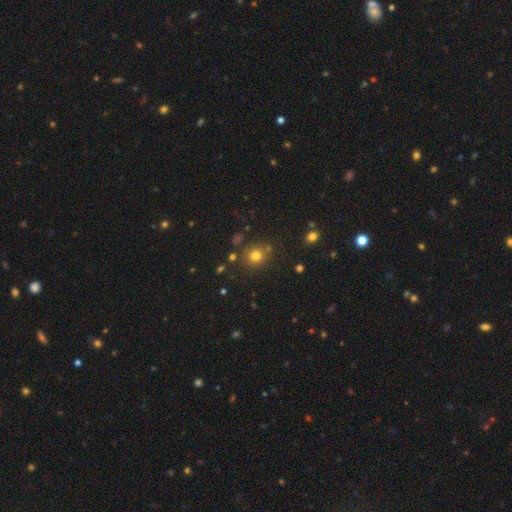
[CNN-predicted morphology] Overall: smooth (74%). How rounded: round (84%). Merging: none (79%).